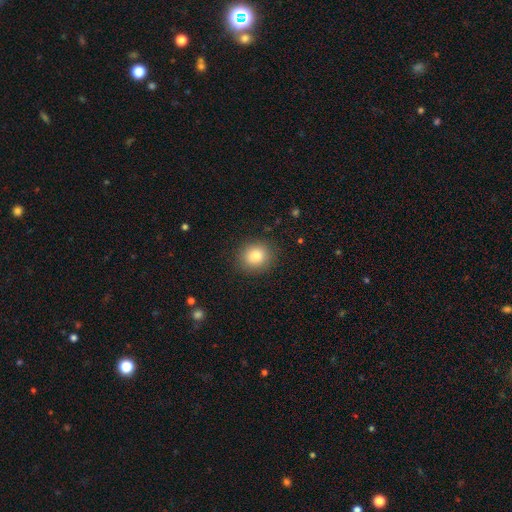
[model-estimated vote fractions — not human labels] smooth_or_featured: smooth (p=0.82) [alt: star or artifact p=0.10]
how_rounded: round (p=0.79) [alt: in between p=0.20]
merging: none (p=0.89) [alt: minor disturbance p=0.08]